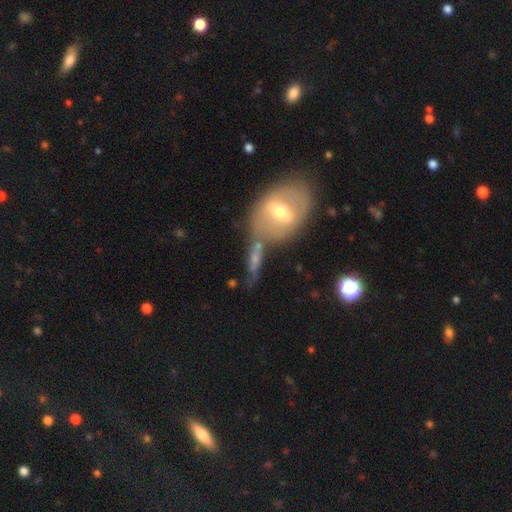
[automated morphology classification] A featured or disk galaxy (52%). Merging: none (49%).